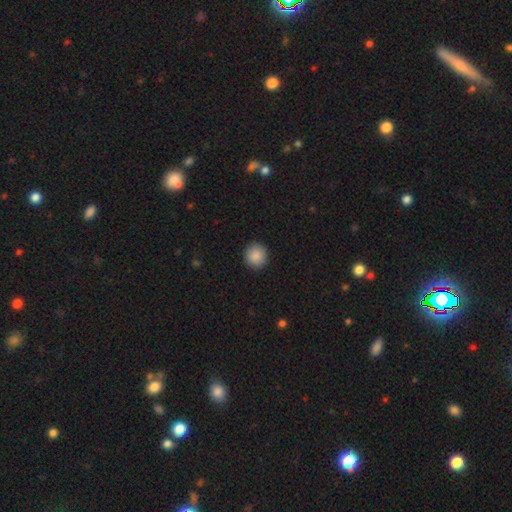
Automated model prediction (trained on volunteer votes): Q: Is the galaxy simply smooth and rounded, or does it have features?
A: smooth — 89%.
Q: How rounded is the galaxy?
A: round — 93%.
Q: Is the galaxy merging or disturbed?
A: none — 92%.